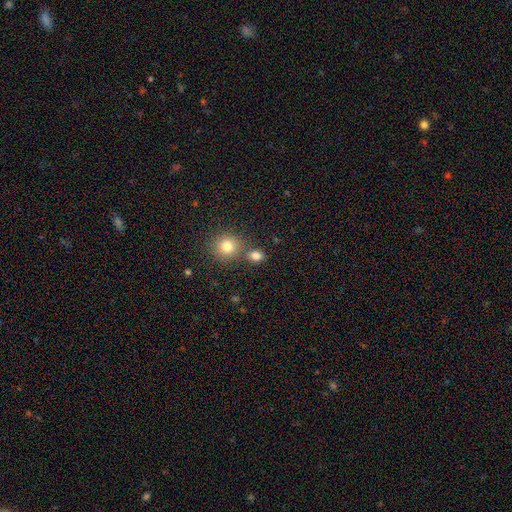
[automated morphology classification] Overall: smooth (82%). How rounded: in between (50%; round 49%). Merging: none (66%).